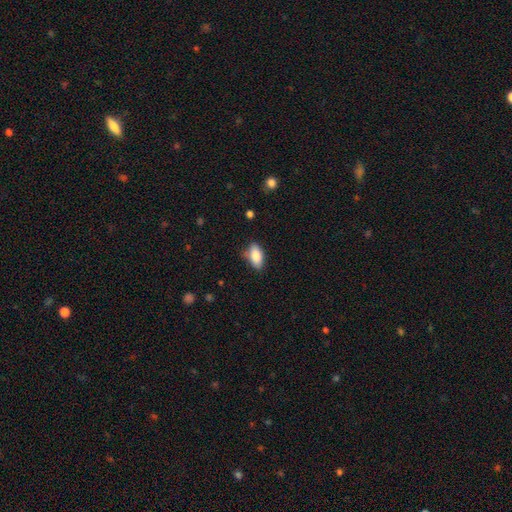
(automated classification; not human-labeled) smooth_or_featured: smooth (p=0.85) [alt: featured or disk p=0.08]
how_rounded: in between (p=0.90) [alt: cigar-shaped p=0.06]
merging: none (p=0.72) [alt: minor disturbance p=0.22]